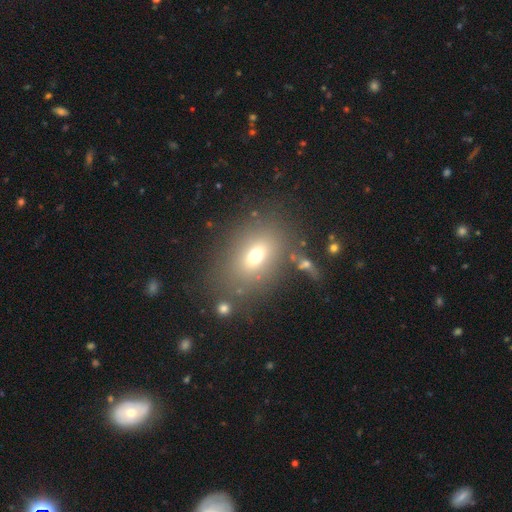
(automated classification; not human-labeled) Smooth or featured? Predicted: smooth (p=0.68). How rounded? Predicted: in between (p=0.64). Merging? Predicted: none (p=0.75).